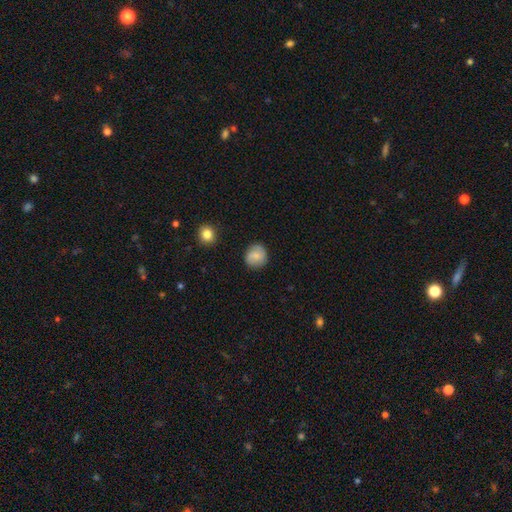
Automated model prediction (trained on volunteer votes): This appears to be a smooth galaxy with no disk features (78%) that is round (88%). Merging: none (86%).